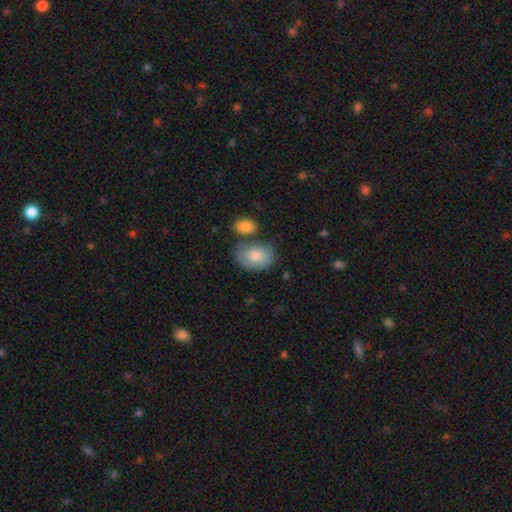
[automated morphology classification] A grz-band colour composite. It shows a smooth galaxy with no disk features (80%) that is in between round and cigar-shaped (81%). Merging: none (53%).